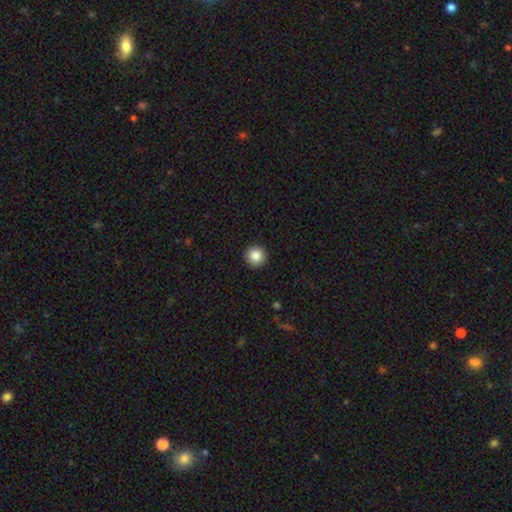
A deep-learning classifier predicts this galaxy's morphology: Q: Smooth or featured?
A: smooth (86%); runner-up: star or artifact (9%)
Q: How rounded?
A: round (96%); runner-up: in between (3%)
Q: Merging?
A: none (93%); runner-up: minor disturbance (5%)